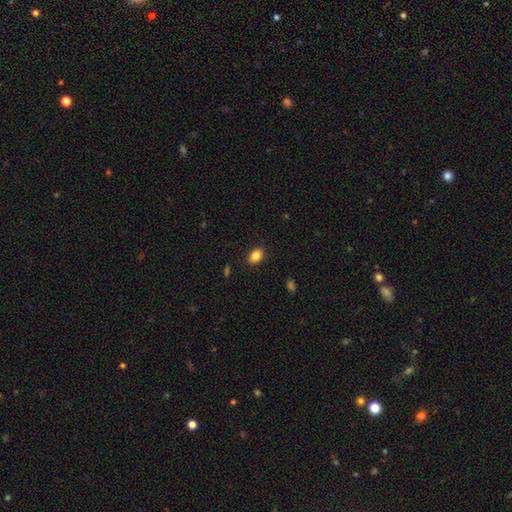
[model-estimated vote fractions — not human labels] Smooth or featured?
  - smooth: 86% *
  - star or artifact: 9%
  - featured or disk: 5%
How rounded?
  - in between: 76% *
  - round: 23%
  - cigar-shaped: 1%
Merging?
  - none: 88% *
  - minor disturbance: 9%
  - major disturbance: 2%
  - merger: 1%